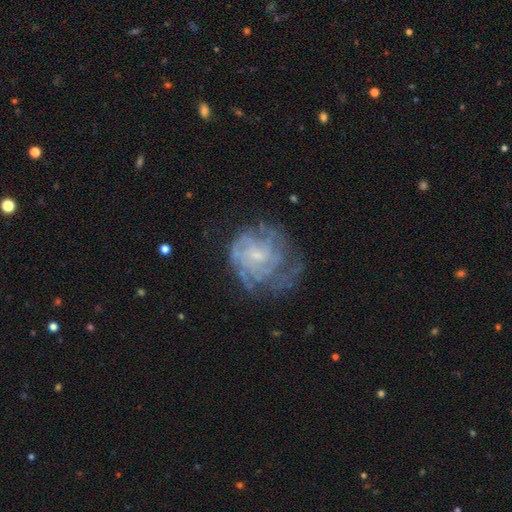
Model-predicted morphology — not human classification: Q: Smooth or featured?
A: featured or disk (79%); runner-up: smooth (13%)
Q: Edge-on disk?
A: no (98%); runner-up: yes (2%)
Q: Bar?
A: no (64%); runner-up: weak (32%)
Q: Spiral arms?
A: yes (88%); runner-up: no (12%)
Q: Spiral winding?
A: tight (62%); runner-up: medium (29%)
Q: Spiral arm count?
A: can't tell (46%); runner-up: 4 (17%)
Q: Bulge size?
A: small (70%); runner-up: moderate (15%)
Q: Merging?
A: none (56%); runner-up: minor disturbance (22%)